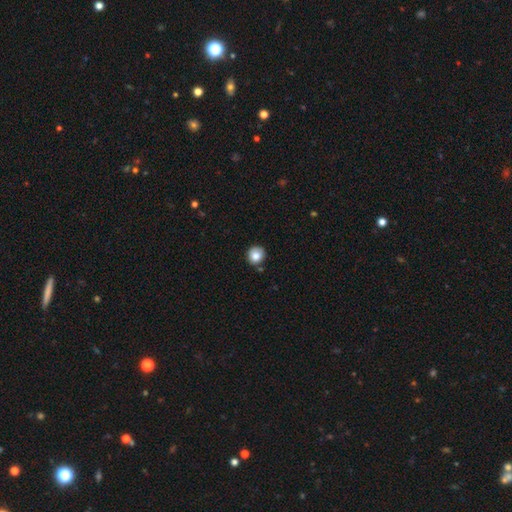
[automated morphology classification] smooth_or_featured: smooth (p=0.82) [alt: star or artifact p=0.09]
how_rounded: round (p=0.90) [alt: in between p=0.10]
merging: none (p=0.80) [alt: minor disturbance p=0.14]